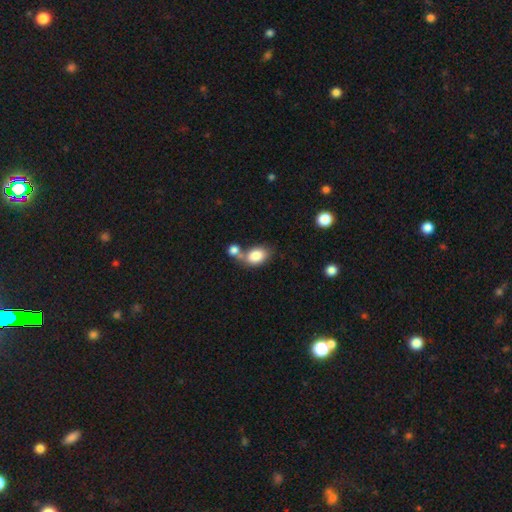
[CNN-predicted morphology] A smooth galaxy with no disk features (84%) that is in between round and cigar-shaped (81%).

Vote fractions:
- Smooth or featured? smooth: 84% / featured or disk: 8% / star or artifact: 8%
- How rounded? in between: 81% / round: 18% / cigar-shaped: 1%
- Merging? merger: 43% / none: 40% / minor disturbance: 12% / major disturbance: 5%